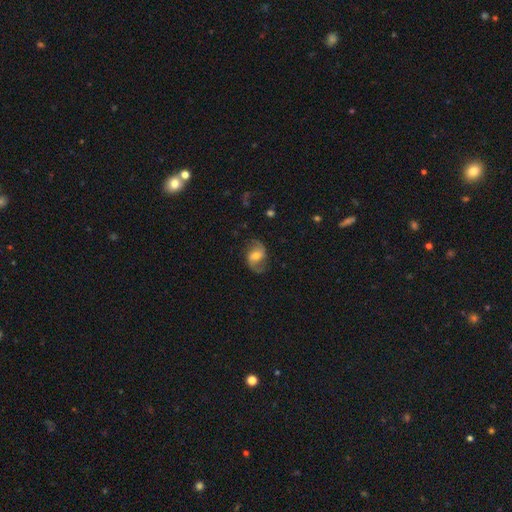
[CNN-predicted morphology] Overall: featured or disk (76%). Edge-on disk: no (97%). Bar: weak (47%; no 32%). Spiral arms: yes (93%). Spiral arm count: 2 (91%). Spiral winding: loose (55%; medium 36%). Bulge size: moderate (57%; small 31%). Merging: none (76%).